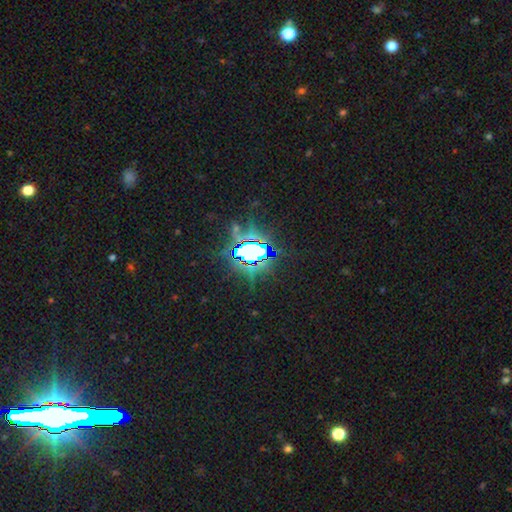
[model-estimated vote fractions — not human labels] smooth_or_featured: star or artifact (p=0.75) [alt: smooth p=0.14]